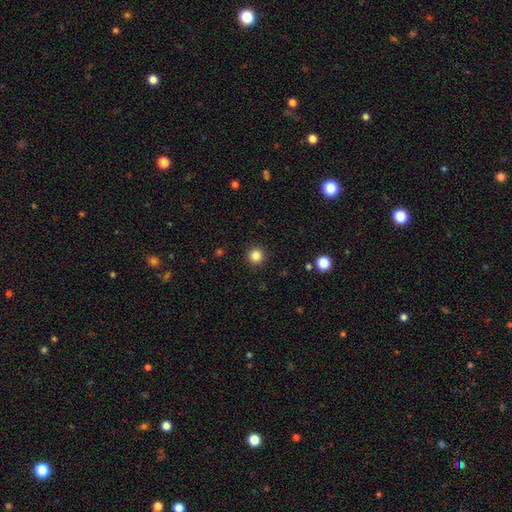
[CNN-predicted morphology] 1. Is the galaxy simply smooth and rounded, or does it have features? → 85% smooth, 12% star or artifact, 3% featured or disk.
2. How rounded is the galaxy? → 95% round, 4% in between, 1% cigar-shaped.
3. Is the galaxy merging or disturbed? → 92% none, 5% minor disturbance, 2% major disturbance, 1% merger.